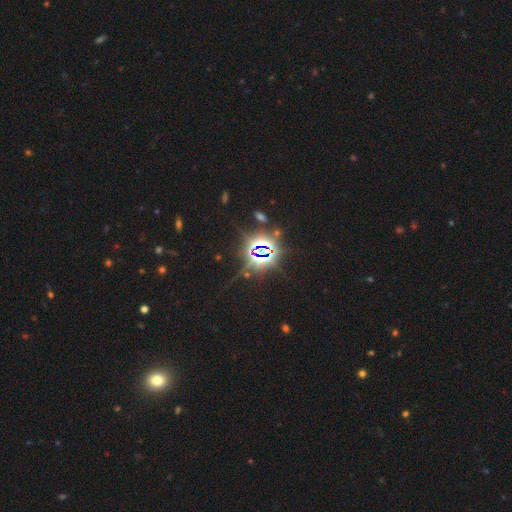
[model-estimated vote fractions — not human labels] This is clearly a star or artifact rather than a galaxy (83%).